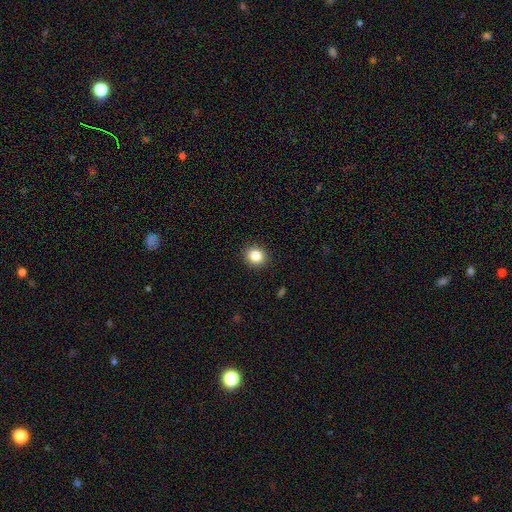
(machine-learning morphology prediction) Smooth or featured? smooth (84%)
How rounded? round (80%)
Merging? none (91%)